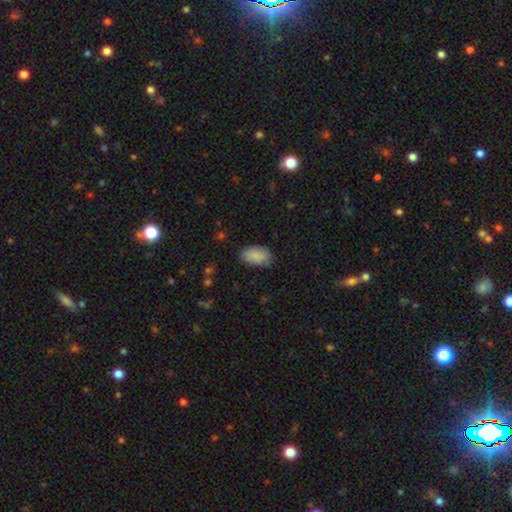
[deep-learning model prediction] smooth 87%, featured or disk 7%, star or artifact 7%. Down the decision tree: how rounded — in between (94%); merging — none (81%).